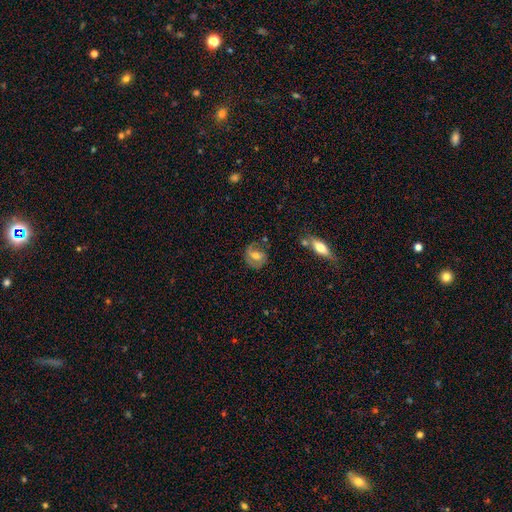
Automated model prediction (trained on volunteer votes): A featured or disk galaxy (61%) with a weak bar (44%), spiral arms (78%) and a moderate central bulge (67%). Merging: none (68%).